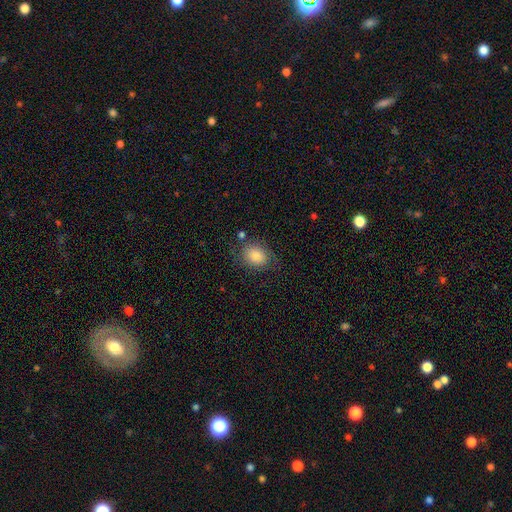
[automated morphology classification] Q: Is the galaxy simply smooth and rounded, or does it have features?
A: smooth — 73%.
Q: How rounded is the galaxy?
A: in between — 60%.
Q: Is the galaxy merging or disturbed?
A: none — 68%.